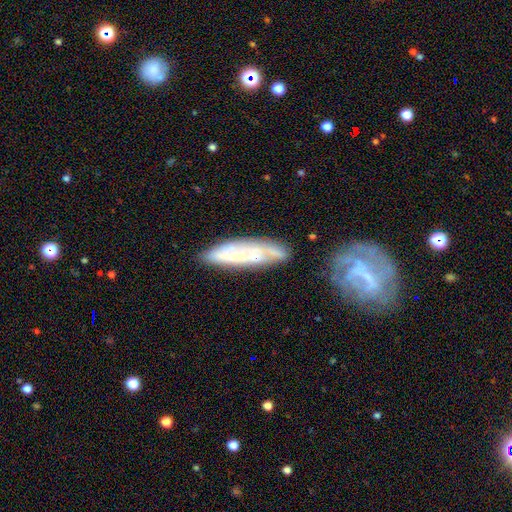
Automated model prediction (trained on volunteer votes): smooth-or-featured: featured or disk: 45% | smooth: 43% | star or artifact: 11%
  merging: none: 62% | minor disturbance: 18% | merger: 14% | major disturbance: 7%